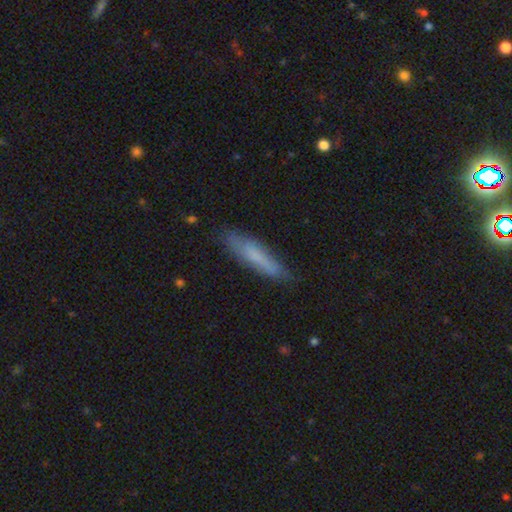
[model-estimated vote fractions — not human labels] This appears to be a smooth galaxy with no disk features (68%) that is cigar-shaped (82%). Merging: none (78%).